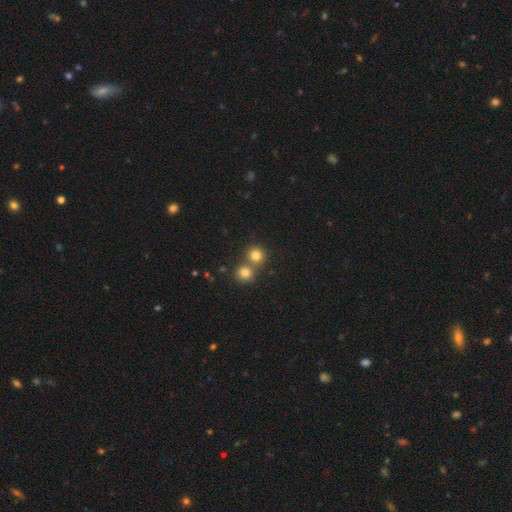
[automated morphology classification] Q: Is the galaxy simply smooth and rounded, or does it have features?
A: smooth — 80%.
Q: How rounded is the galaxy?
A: round — 91%.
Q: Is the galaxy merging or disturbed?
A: none — 57%.